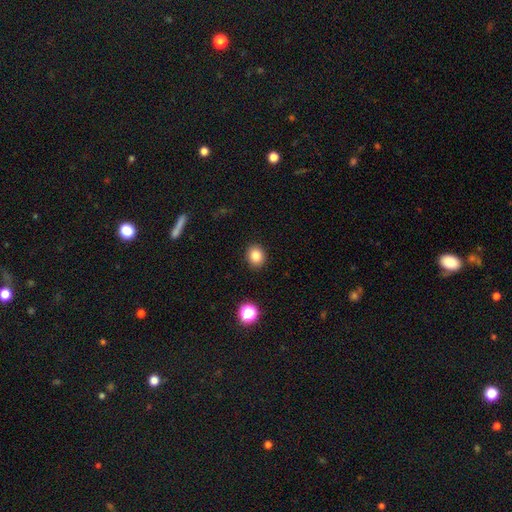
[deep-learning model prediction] A smooth galaxy with no disk features (84%) that is round (67%).

Vote fractions:
- Smooth or featured? smooth: 84% / star or artifact: 11% / featured or disk: 5%
- How rounded? round: 67% / in between: 32% / cigar-shaped: 1%
- Merging? none: 90% / minor disturbance: 6% / major disturbance: 2% / merger: 1%